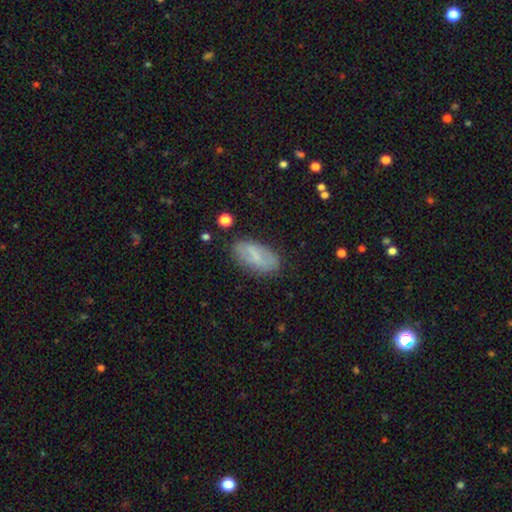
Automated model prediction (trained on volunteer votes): This appears to be a smooth galaxy with no disk features (62%) that is in between round and cigar-shaped (88%). Merging: none (80%).